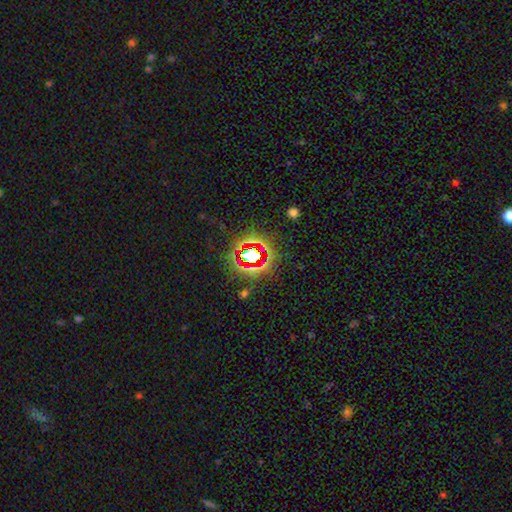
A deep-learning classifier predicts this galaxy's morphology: The model was most divided on "smooth or featured": star or artifact: 72%, smooth: 17%, featured or disk: 11%.